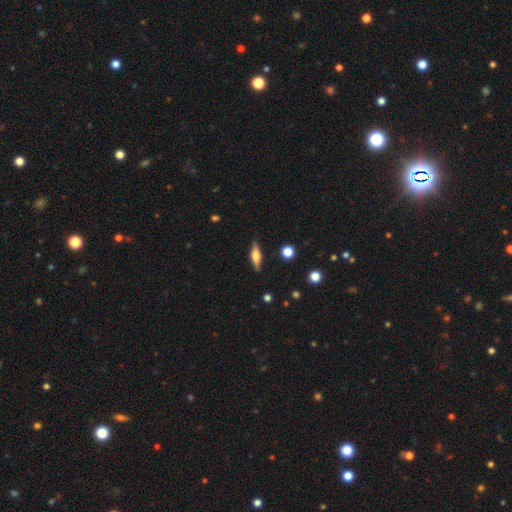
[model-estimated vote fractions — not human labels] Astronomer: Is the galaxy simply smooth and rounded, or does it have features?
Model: featured or disk — 48% (runner-up: smooth, 45%).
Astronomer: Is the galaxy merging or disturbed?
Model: none — 87%.